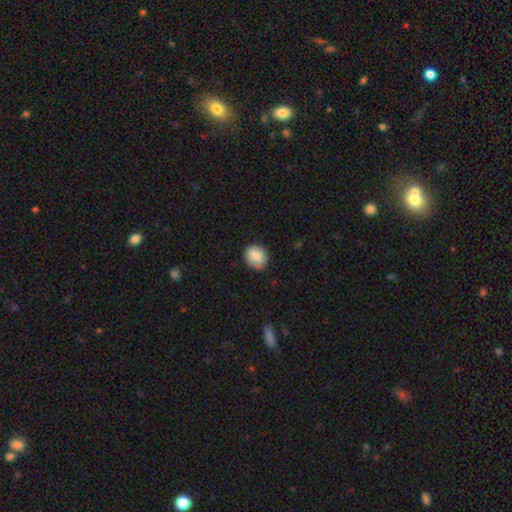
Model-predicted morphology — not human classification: Q: Smooth or featured?
A: smooth (85%); runner-up: star or artifact (8%)
Q: How rounded?
A: round (66%); runner-up: in between (33%)
Q: Merging?
A: none (79%); runner-up: minor disturbance (17%)